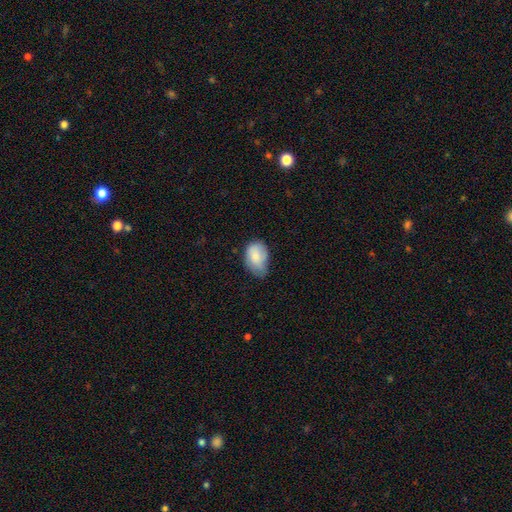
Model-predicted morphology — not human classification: Q: Smooth or featured?
A: smooth (82%); runner-up: featured or disk (12%)
Q: How rounded?
A: in between (86%); runner-up: round (13%)
Q: Merging?
A: minor disturbance (46%); runner-up: none (41%)